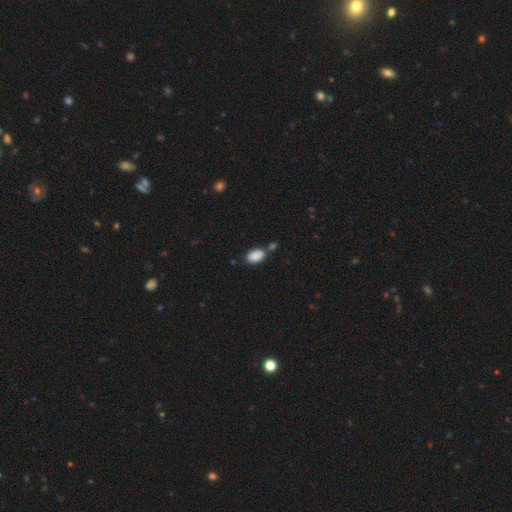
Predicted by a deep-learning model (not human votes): The model was most divided on "merging": none: 64%, merger: 18%, minor disturbance: 15%, major disturbance: 4%. More confident: how rounded — in between (92%); smooth or featured — smooth (88%).